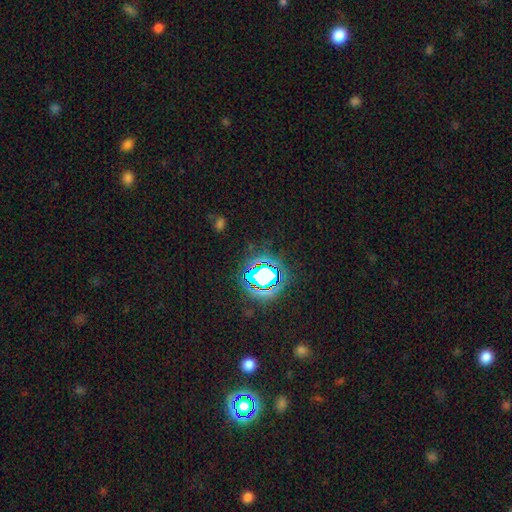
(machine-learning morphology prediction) type=star or artifact (82%).